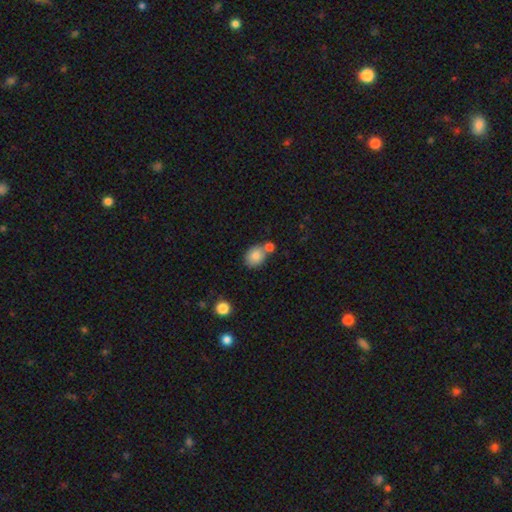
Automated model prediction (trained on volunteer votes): Morphology: type=smooth (82%); roundness=round (55%); merging=none (56%).